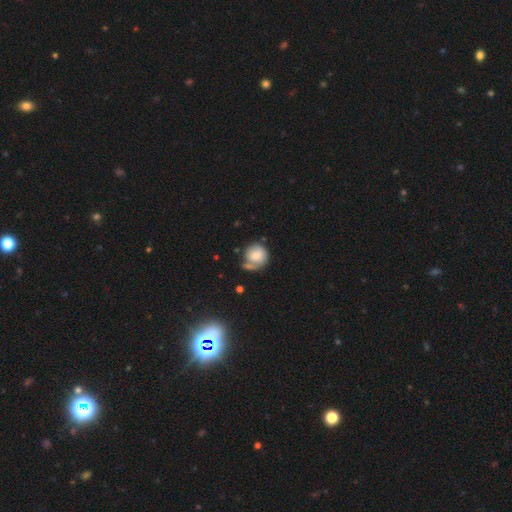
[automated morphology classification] The model was most divided on "merging": none: 50%, minor disturbance: 20%, merger: 20%, major disturbance: 10%. More confident: how rounded — round (88%); smooth or featured — smooth (72%).